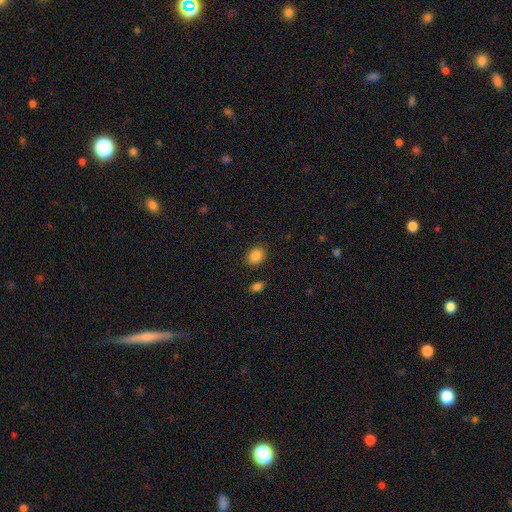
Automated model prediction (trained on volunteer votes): Morphology: type=smooth (87%); roundness=in between (59%); merging=none (85%).